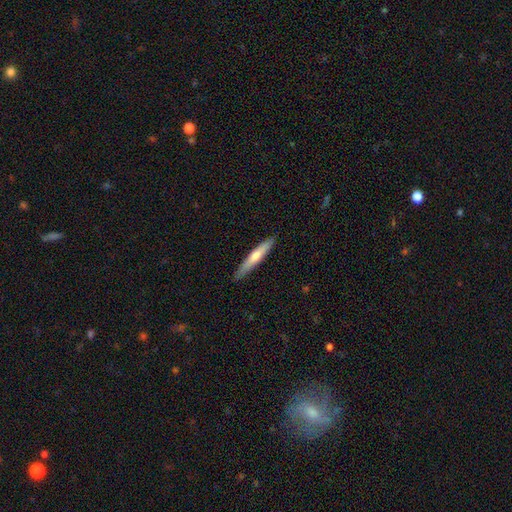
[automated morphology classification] Overall: smooth (54%; featured or disk 40%). How rounded: cigar-shaped (93%). Merging: none (89%).